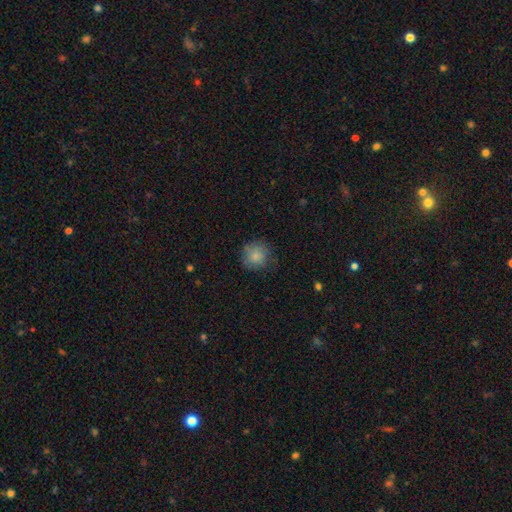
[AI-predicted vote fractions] This is clearly a smooth galaxy (83%). How rounded: clearly round (91%). Merging: likely none (77%).